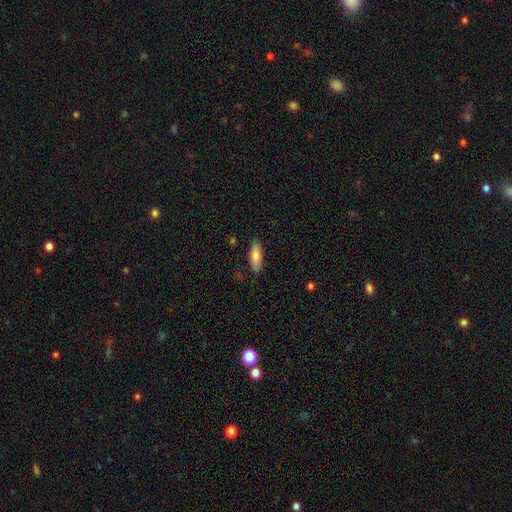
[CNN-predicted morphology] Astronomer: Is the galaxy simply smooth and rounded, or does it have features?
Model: smooth — 79%.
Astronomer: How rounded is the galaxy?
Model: in between — 62%.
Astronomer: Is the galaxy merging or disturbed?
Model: none — 86%.